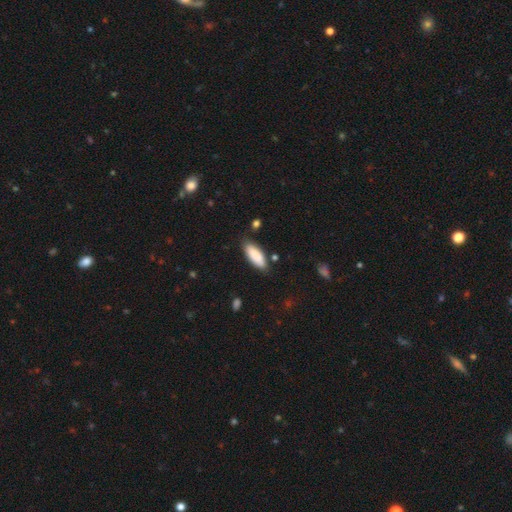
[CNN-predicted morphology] Smooth or featured?
  - smooth: 87% *
  - featured or disk: 7%
  - star or artifact: 6%
How rounded?
  - in between: 67% *
  - cigar-shaped: 31%
  - round: 1%
Merging?
  - none: 82% *
  - minor disturbance: 13%
  - major disturbance: 3%
  - merger: 2%